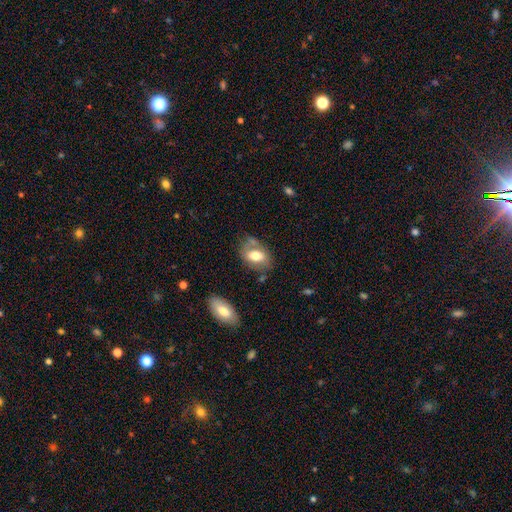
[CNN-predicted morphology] This appears to be a smooth galaxy with no disk features (65%) that is in between round and cigar-shaped (84%). Merging: none (57%).